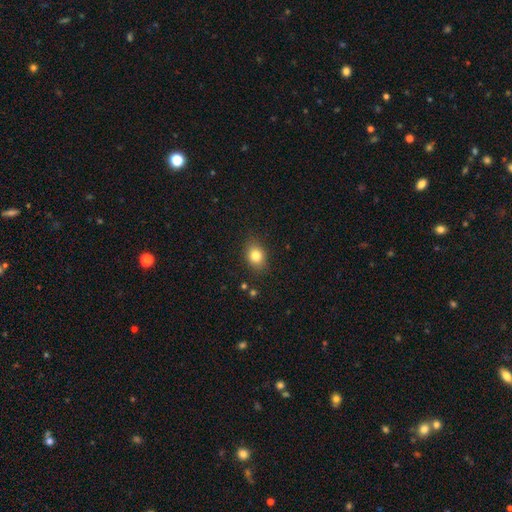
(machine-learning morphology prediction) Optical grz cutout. It shows a smooth galaxy with no disk features (81%) that is in between round and cigar-shaped (61%). Merging: none (85%).